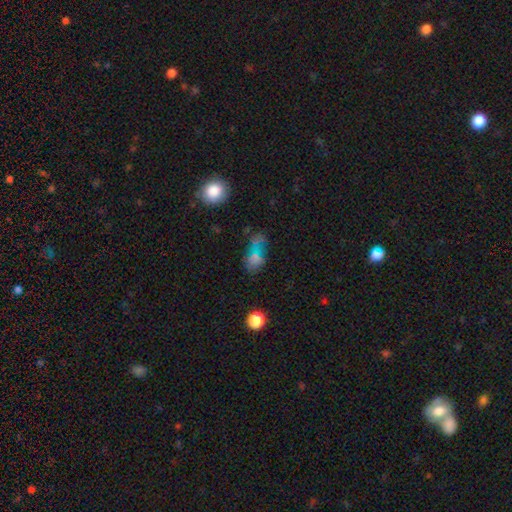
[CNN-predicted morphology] Q: Smooth or featured?
A: smooth (55%); runner-up: star or artifact (29%)
Q: How rounded?
A: in between (77%); runner-up: round (19%)
Q: Merging?
A: none (51%); runner-up: minor disturbance (19%)